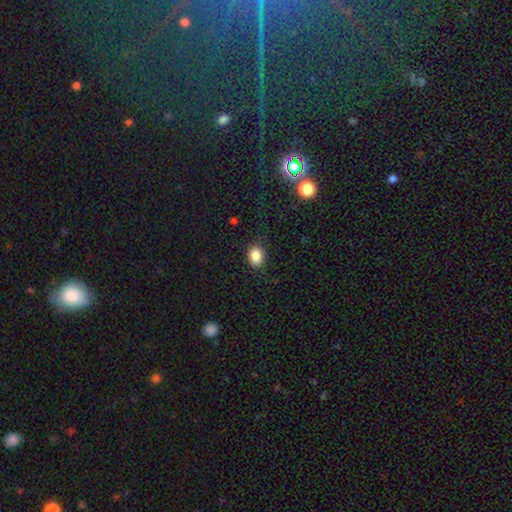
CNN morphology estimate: Smooth or featured: smooth — 86% (star or artifact — 9%)
How rounded: in between — 68% (round — 31%)
Merging: none — 83% (minor disturbance — 13%)